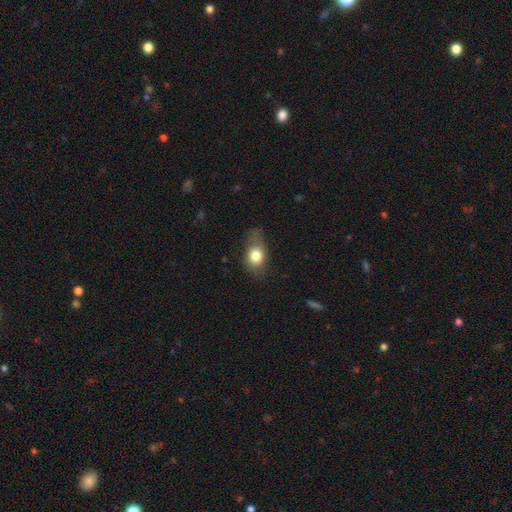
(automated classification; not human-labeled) This is likely a smooth galaxy (77%). How rounded: likely in between (69%). Merging: possibly none (52%).